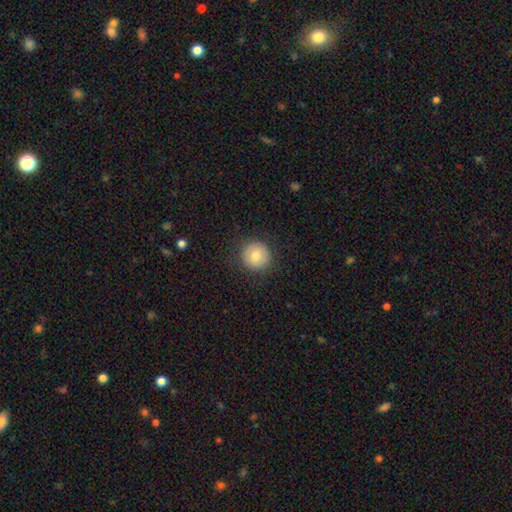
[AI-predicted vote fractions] smooth-or-featured: smooth: 78% | featured or disk: 14% | star or artifact: 9%
  how-rounded: round: 95% | in between: 4% | cigar-shaped: 1%
  merging: none: 89% | minor disturbance: 7% | major disturbance: 2% | merger: 1%